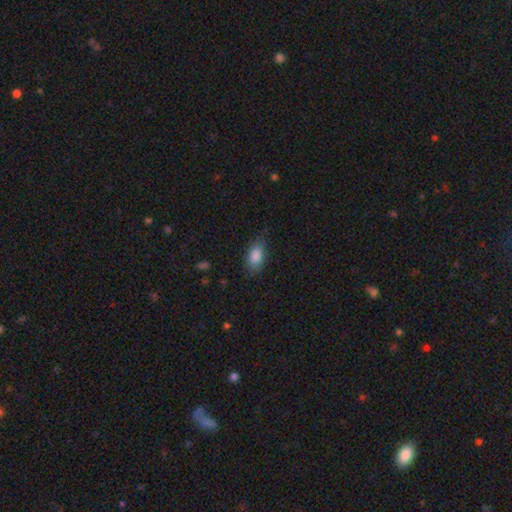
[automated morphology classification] Smooth or featured?
  - smooth: 86% *
  - star or artifact: 7%
  - featured or disk: 7%
How rounded?
  - in between: 90% *
  - cigar-shaped: 6%
  - round: 4%
Merging?
  - none: 75% *
  - minor disturbance: 19%
  - major disturbance: 5%
  - merger: 1%